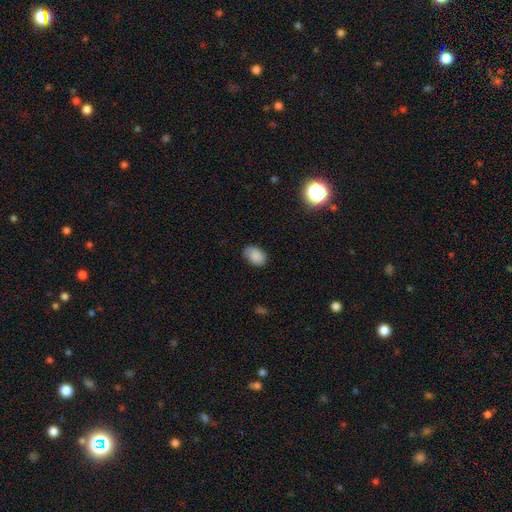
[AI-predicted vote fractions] Smooth or featured: smooth — 86% (star or artifact — 9%)
How rounded: in between — 86% (round — 13%)
Merging: none — 78% (minor disturbance — 17%)